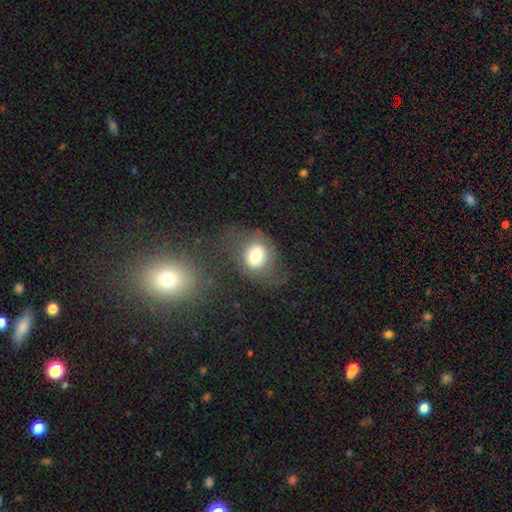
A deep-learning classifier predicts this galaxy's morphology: Smooth or featured?
  - smooth: 70% *
  - featured or disk: 19%
  - star or artifact: 11%
How rounded?
  - round: 59% *
  - in between: 40%
  - cigar-shaped: 1%
Merging?
  - none: 54% *
  - major disturbance: 21%
  - minor disturbance: 20%
  - merger: 5%